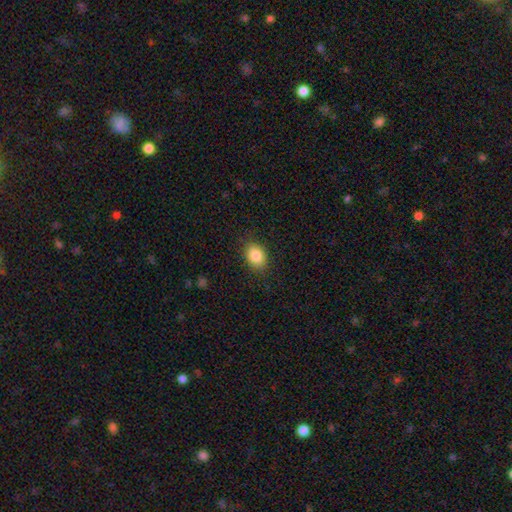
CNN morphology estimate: smooth-or-featured: smooth: 86% | star or artifact: 9% | featured or disk: 6%
  how-rounded: in between: 69% | round: 30% | cigar-shaped: 1%
  merging: none: 86% | minor disturbance: 10% | major disturbance: 3% | merger: 1%